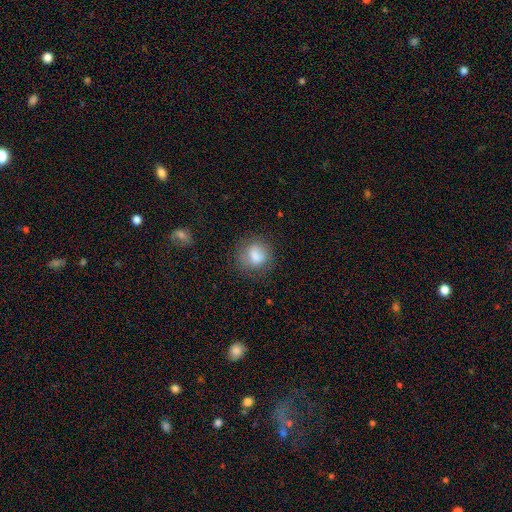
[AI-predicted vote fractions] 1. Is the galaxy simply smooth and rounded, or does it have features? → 78% smooth, 12% featured or disk, 9% star or artifact.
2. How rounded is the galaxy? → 72% round, 27% in between, 1% cigar-shaped.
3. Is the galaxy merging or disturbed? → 70% none, 19% minor disturbance, 9% major disturbance, 2% merger.